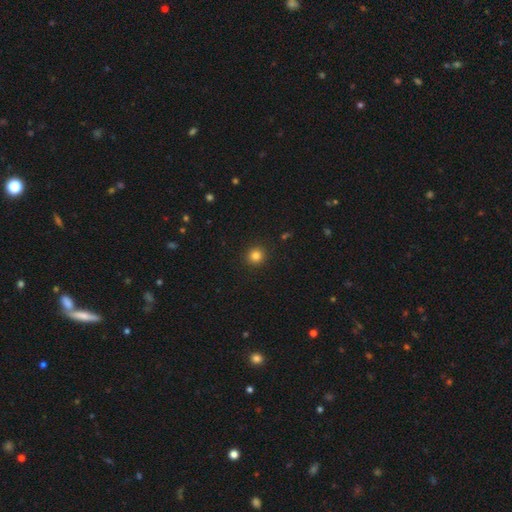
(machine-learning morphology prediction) Overall: smooth (83%). How rounded: round (91%). Merging: none (92%).